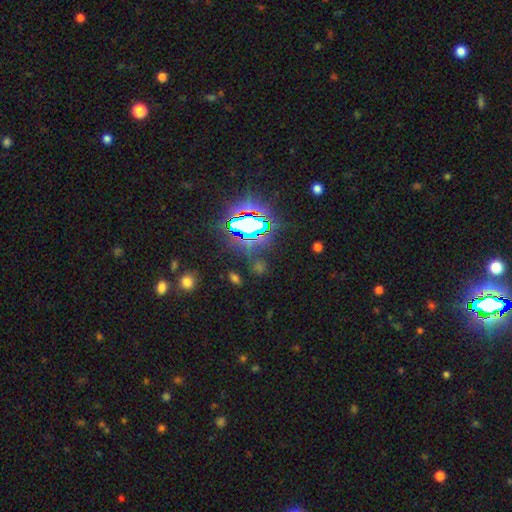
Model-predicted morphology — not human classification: This is clearly a star or artifact rather than a galaxy (82%).